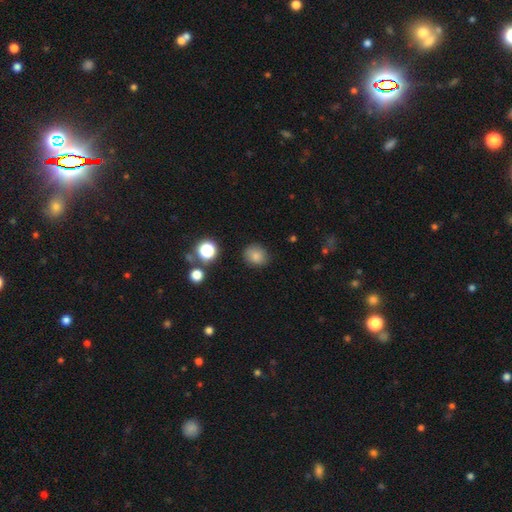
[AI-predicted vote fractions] A smooth galaxy with no disk features (81%) that is round (74%).

Vote fractions:
- Smooth or featured? smooth: 81% / star or artifact: 13% / featured or disk: 6%
- How rounded? round: 74% / in between: 25% / cigar-shaped: 1%
- Merging? none: 83% / minor disturbance: 12% / major disturbance: 3% / merger: 2%